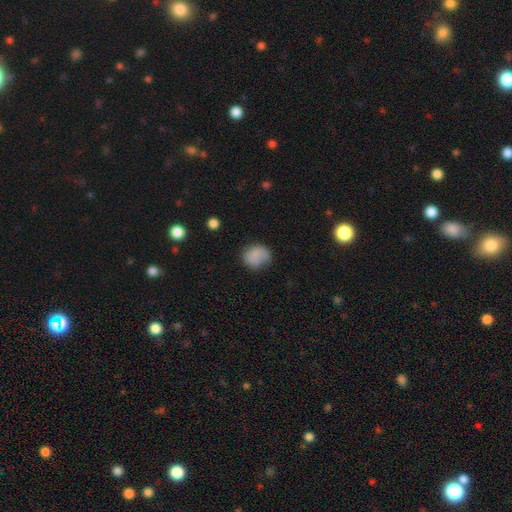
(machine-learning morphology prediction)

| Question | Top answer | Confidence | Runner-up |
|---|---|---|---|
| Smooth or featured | smooth | 84% | star or artifact (9%) |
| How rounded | round | 66% | in between (33%) |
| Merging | none | 71% | minor disturbance (21%) |